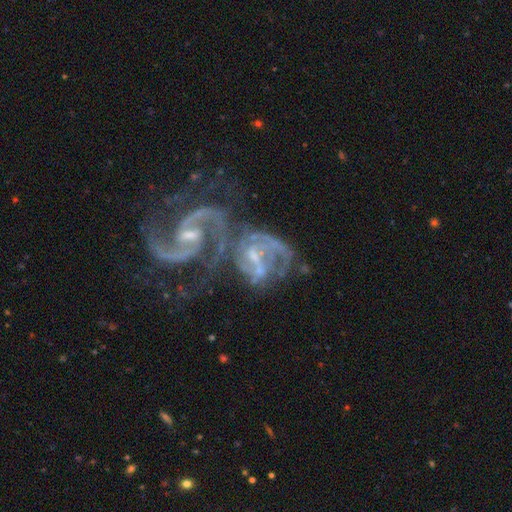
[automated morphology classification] This appears to be a featured or disk galaxy (85%) with a weak bar (48%), 2 (64%) medium (49%) spiral arms (88%) and a small central bulge (49%). Merging: merger (61%).